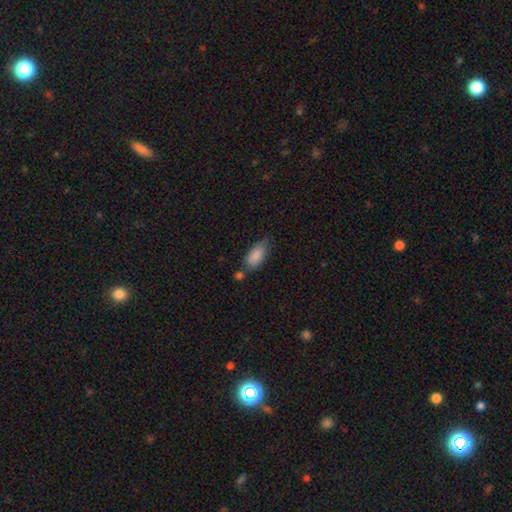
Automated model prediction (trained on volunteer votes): A smooth galaxy with no disk features (87%) that is in between round and cigar-shaped (88%).

Vote fractions:
- Smooth or featured? smooth: 87% / star or artifact: 6% / featured or disk: 6%
- How rounded? in between: 88% / cigar-shaped: 10% / round: 2%
- Merging? none: 61% / minor disturbance: 22% / merger: 12% / major disturbance: 5%